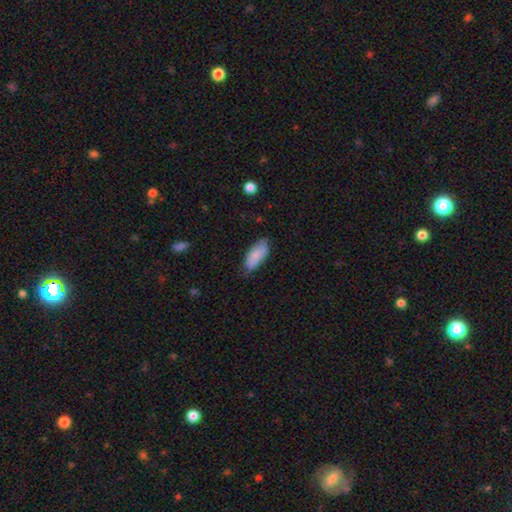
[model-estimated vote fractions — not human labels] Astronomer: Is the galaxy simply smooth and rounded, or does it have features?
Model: smooth — 82%.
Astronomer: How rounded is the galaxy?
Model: in between — 86%.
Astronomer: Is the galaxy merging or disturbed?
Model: none — 69%.